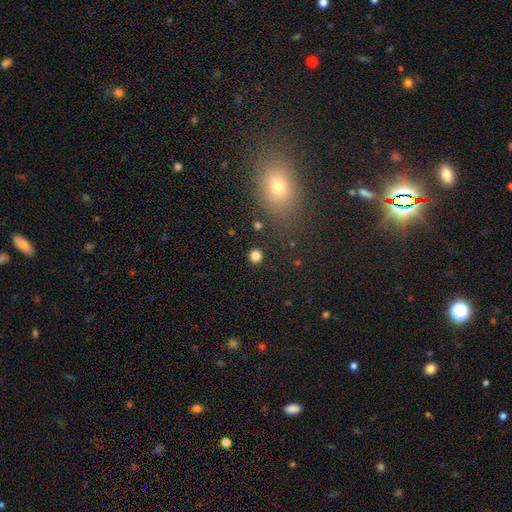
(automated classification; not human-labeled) Smooth or featured?
  - smooth: 82% *
  - star or artifact: 14%
  - featured or disk: 4%
How rounded?
  - round: 91% *
  - in between: 8%
  - cigar-shaped: 1%
Merging?
  - none: 90% *
  - minor disturbance: 5%
  - major disturbance: 2%
  - merger: 2%